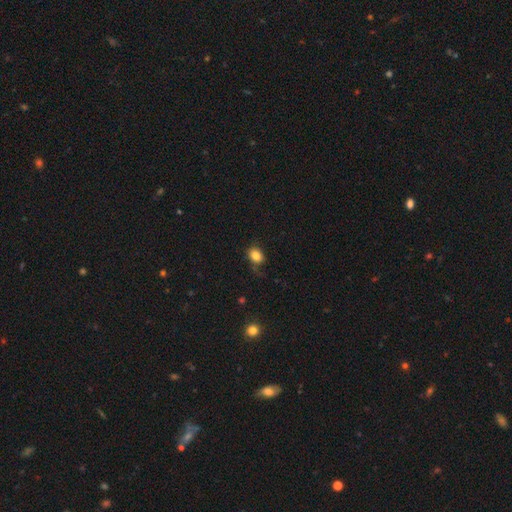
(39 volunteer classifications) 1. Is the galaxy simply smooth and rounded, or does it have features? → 87% smooth, 10% star or artifact, 3% featured or disk.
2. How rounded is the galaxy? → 74% in between, 26% round, 0% cigar-shaped.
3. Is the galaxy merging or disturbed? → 69% none, 23% minor disturbance, 9% major disturbance, 0% merger.